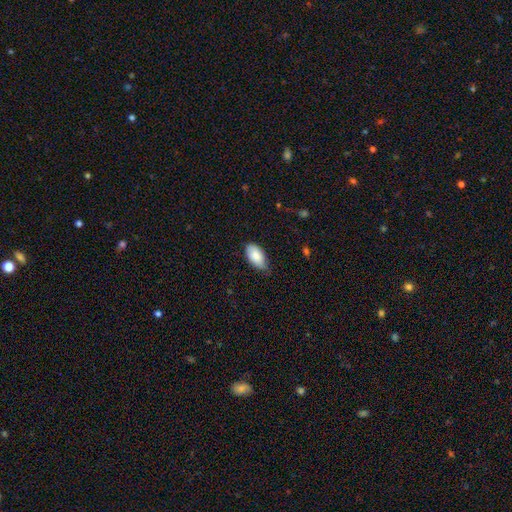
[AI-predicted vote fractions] Smooth or featured? smooth (85%)
How rounded? in between (95%)
Merging? none (63%)